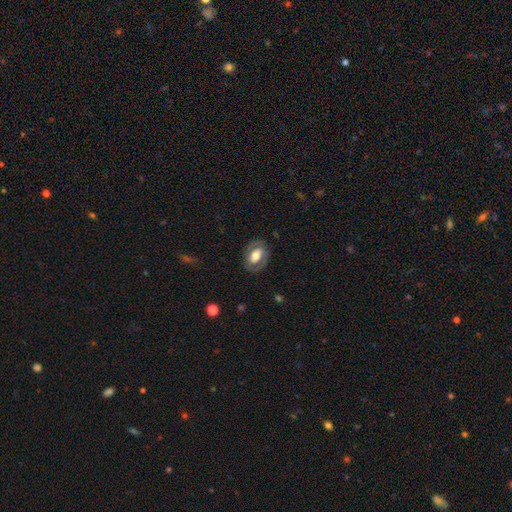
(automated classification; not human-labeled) Morphology: type=featured or disk (52%); edge-on=no (94%); merging=none (78%).